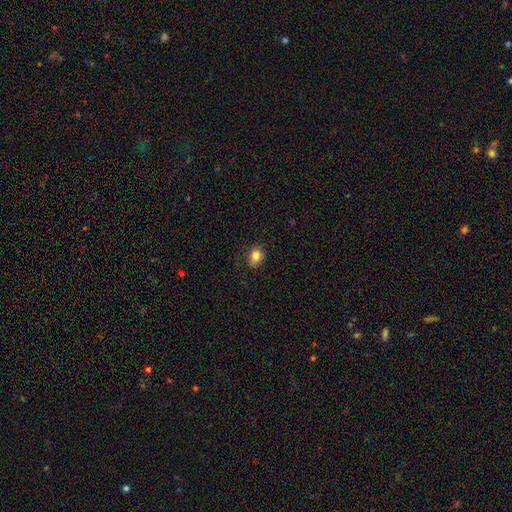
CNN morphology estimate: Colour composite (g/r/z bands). It shows a smooth galaxy with no disk features (83%) that is in between round and cigar-shaped (58%). Merging: none (80%).